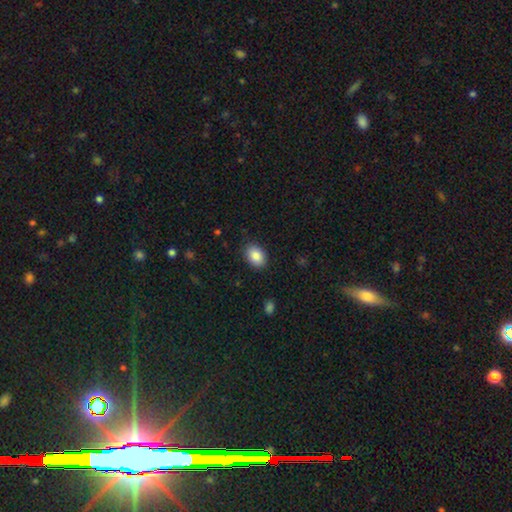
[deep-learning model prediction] This is clearly a smooth galaxy (88%). How rounded: likely in between (79%). Merging: clearly none (87%).